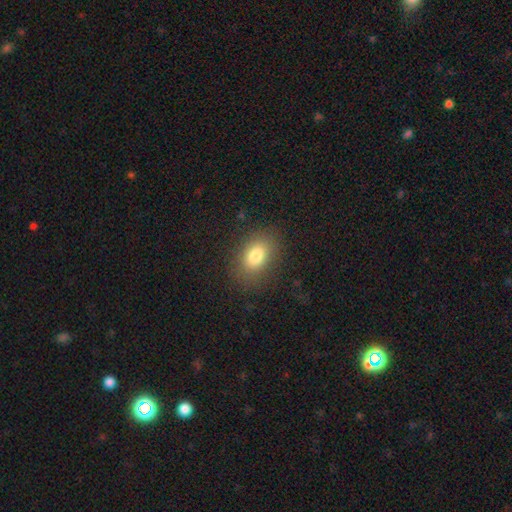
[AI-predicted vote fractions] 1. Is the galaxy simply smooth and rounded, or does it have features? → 82% smooth, 9% star or artifact, 9% featured or disk.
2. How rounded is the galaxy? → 84% in between, 15% round, 1% cigar-shaped.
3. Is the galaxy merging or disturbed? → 83% none, 11% minor disturbance, 5% major disturbance, 1% merger.